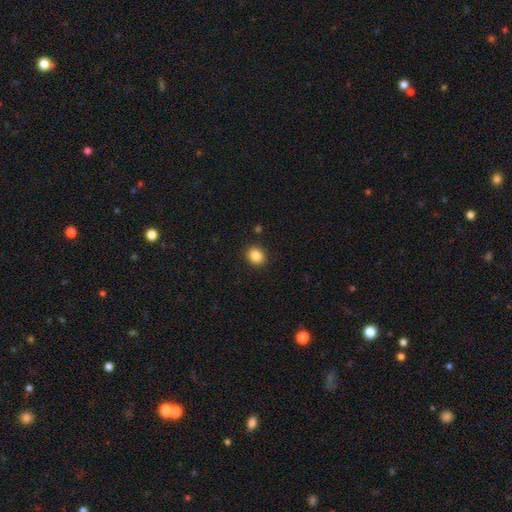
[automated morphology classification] Smooth or featured?
  - smooth: 85% *
  - star or artifact: 10%
  - featured or disk: 5%
How rounded?
  - round: 70% *
  - in between: 29%
  - cigar-shaped: 1%
Merging?
  - none: 91% *
  - minor disturbance: 6%
  - major disturbance: 2%
  - merger: 1%